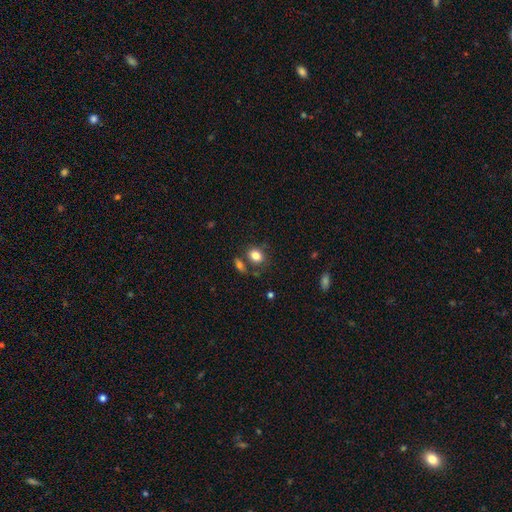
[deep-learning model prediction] smooth 82%, star or artifact 10%, featured or disk 9%. Down the decision tree: how rounded — in between (64%); merging — none (66%).